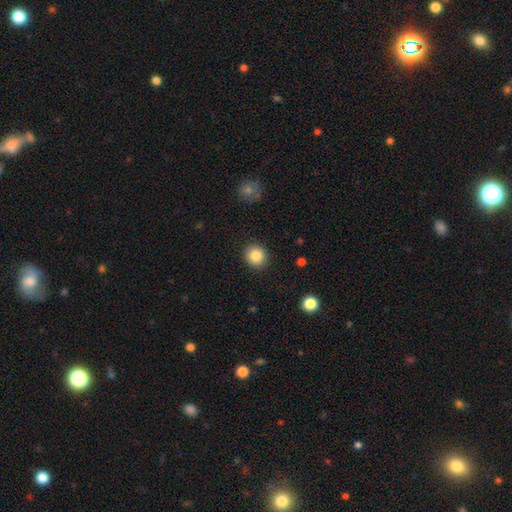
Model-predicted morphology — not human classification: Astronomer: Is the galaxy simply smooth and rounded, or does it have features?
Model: smooth — 86%.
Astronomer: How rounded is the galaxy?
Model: round — 86%.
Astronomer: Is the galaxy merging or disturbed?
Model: none — 90%.